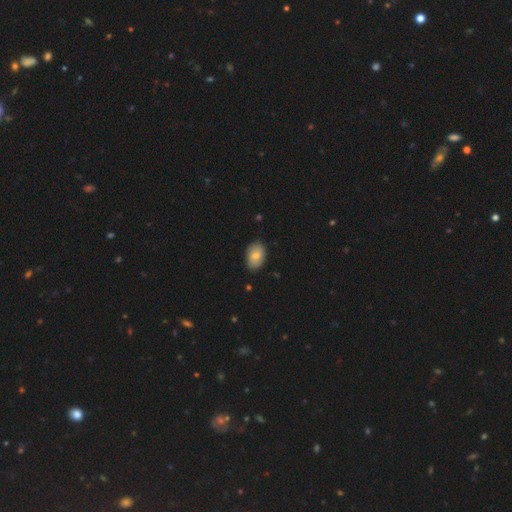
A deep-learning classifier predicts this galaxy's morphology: Q: Smooth or featured?
A: smooth (77%); runner-up: featured or disk (16%)
Q: How rounded?
A: in between (86%); runner-up: round (12%)
Q: Merging?
A: none (84%); runner-up: minor disturbance (13%)